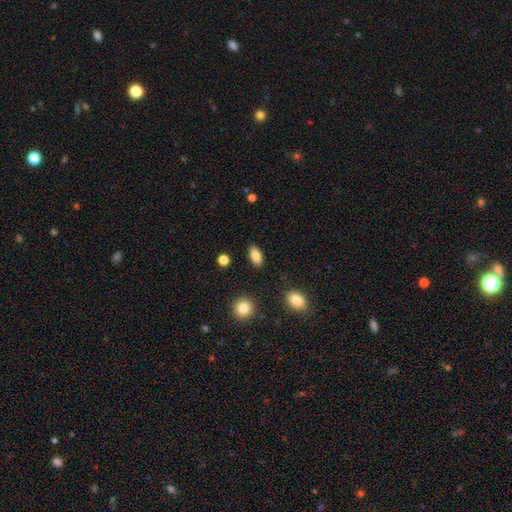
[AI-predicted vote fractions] This appears to be a smooth galaxy with no disk features (84%) that is in between round and cigar-shaped (89%). Merging: none (88%).